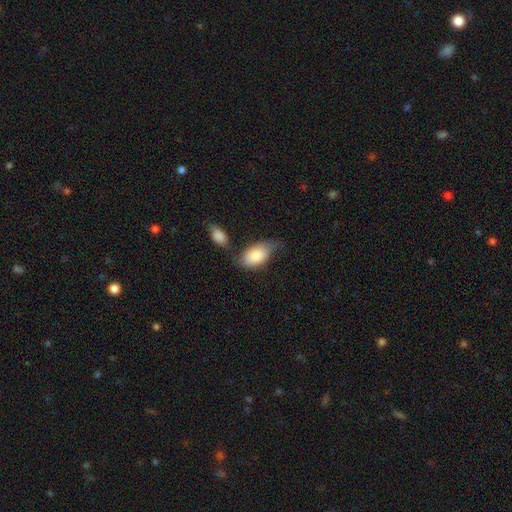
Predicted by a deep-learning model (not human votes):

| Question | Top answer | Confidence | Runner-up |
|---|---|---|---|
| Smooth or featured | smooth | 81% | featured or disk (13%) |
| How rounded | in between | 93% | round (5%) |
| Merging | none | 40% | minor disturbance (29%) |